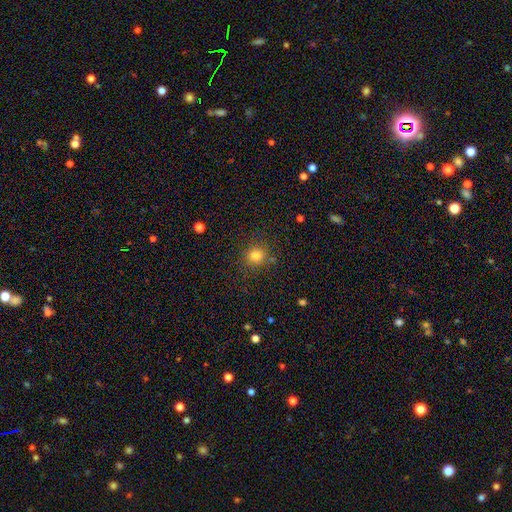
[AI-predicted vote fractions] The model was most divided on "smooth or featured": smooth: 81%, star or artifact: 14%, featured or disk: 6%. More confident: how rounded — round (90%); merging — none (83%).